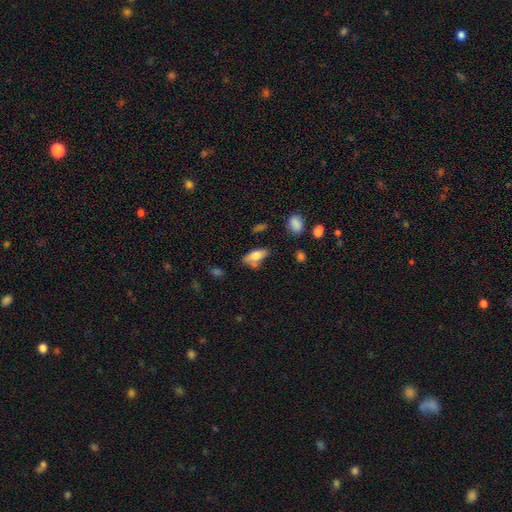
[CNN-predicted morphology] Smooth or featured?
  - smooth: 71% *
  - featured or disk: 21%
  - star or artifact: 8%
How rounded?
  - in between: 81% *
  - cigar-shaped: 16%
  - round: 3%
Merging?
  - none: 58% *
  - minor disturbance: 23%
  - merger: 12%
  - major disturbance: 7%